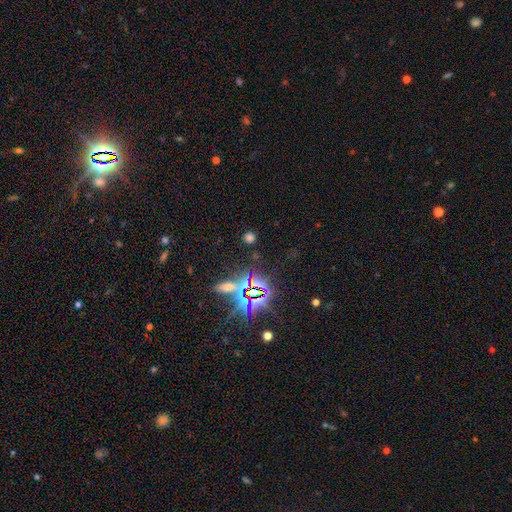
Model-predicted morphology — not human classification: type=star or artifact (73%).